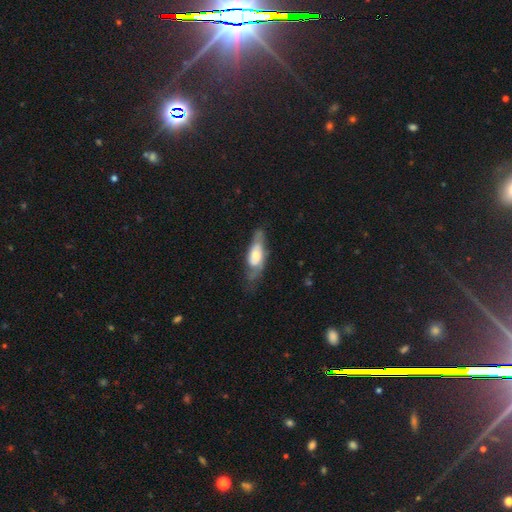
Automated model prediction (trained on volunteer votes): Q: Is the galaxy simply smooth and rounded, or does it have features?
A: featured or disk — 55%.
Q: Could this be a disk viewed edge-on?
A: no — 70%.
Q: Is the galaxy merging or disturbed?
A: none — 51%.